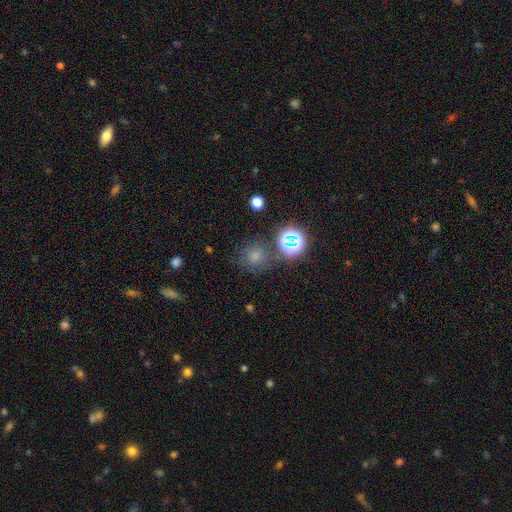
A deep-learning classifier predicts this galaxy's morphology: smooth 67%, star or artifact 25%, featured or disk 8%. Down the decision tree: how rounded — round (89%); merging — none (73%).